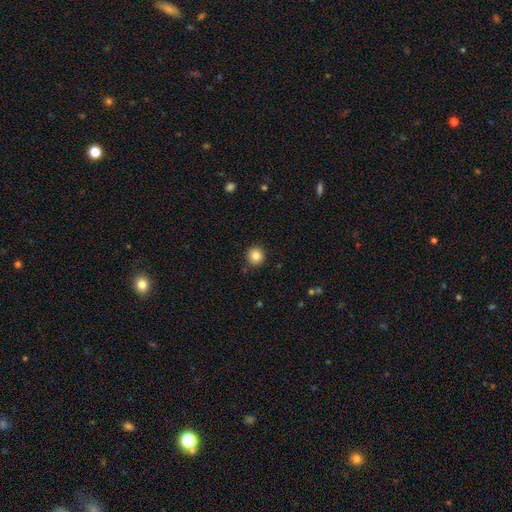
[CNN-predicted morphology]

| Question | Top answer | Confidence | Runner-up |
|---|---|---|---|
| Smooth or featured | smooth | 84% | star or artifact (10%) |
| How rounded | round | 94% | in between (6%) |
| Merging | none | 90% | minor disturbance (6%) |